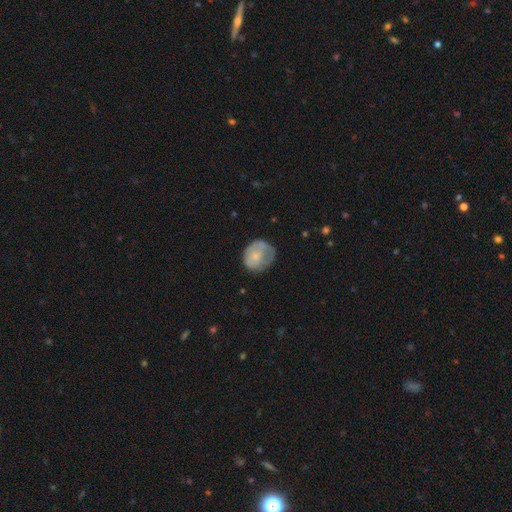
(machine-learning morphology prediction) smooth 66%, featured or disk 27%, star or artifact 7%. Down the decision tree: how rounded — round (70%); merging — none (48%).